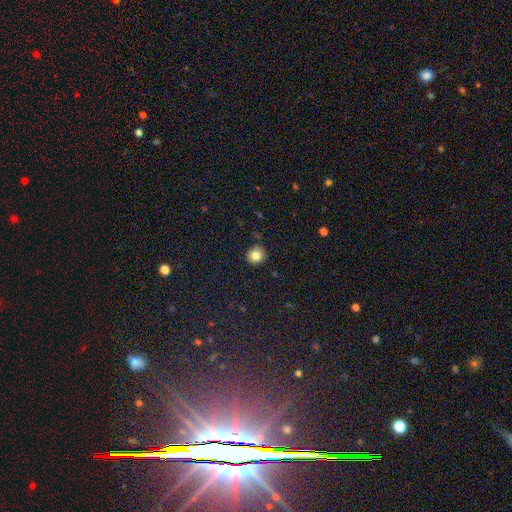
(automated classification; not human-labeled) The model was most divided on "smooth or featured": smooth: 82%, star or artifact: 11%, featured or disk: 7%. More confident: how rounded — round (93%); merging — none (89%).